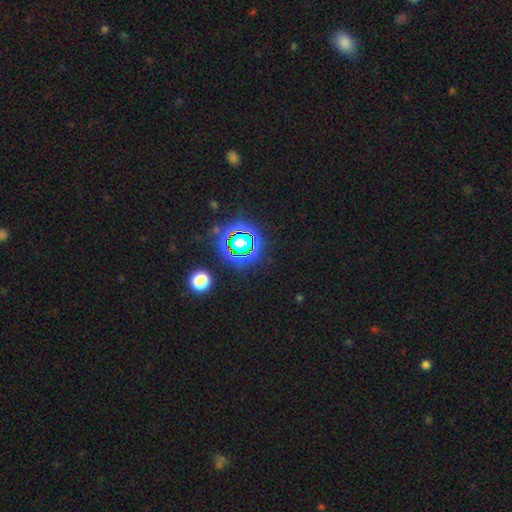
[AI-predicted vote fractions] The model was most divided on "smooth or featured": star or artifact: 80%, smooth: 14%, featured or disk: 6%.